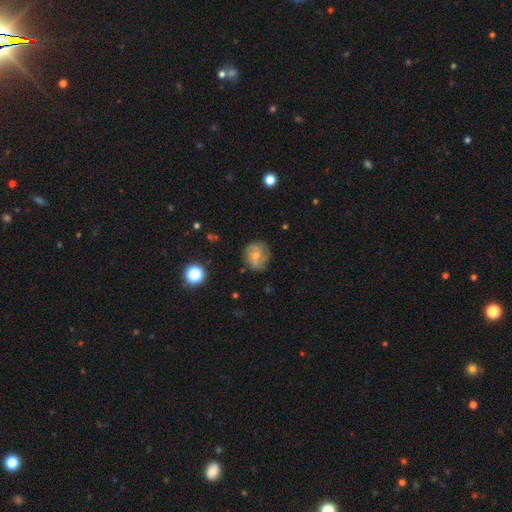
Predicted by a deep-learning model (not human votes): A featured or disk galaxy (50%).

Vote fractions:
- Smooth or featured? featured or disk: 50% / smooth: 41% / star or artifact: 9%
- Edge-on disk? no: 97% / yes: 3%
- Merging? none: 74% / minor disturbance: 19% / major disturbance: 6% / merger: 2%